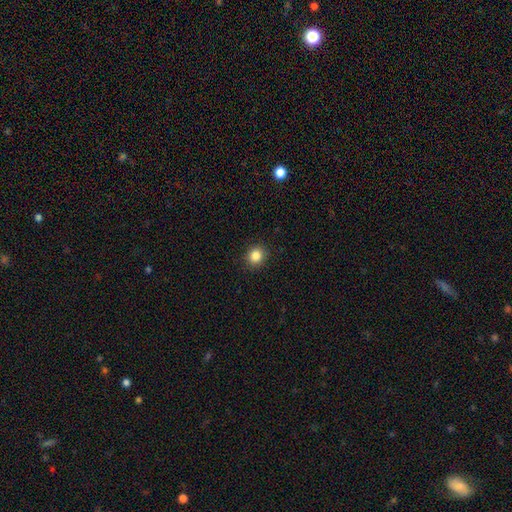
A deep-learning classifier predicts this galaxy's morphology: This appears to be a smooth galaxy with no disk features (84%) that is round (85%). Merging: none (91%).